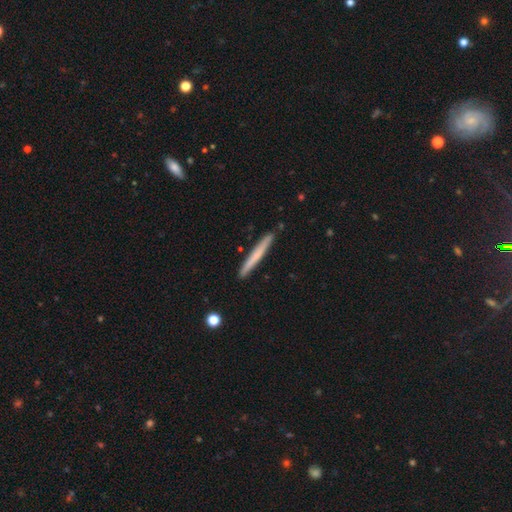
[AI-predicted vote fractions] Q: Smooth or featured?
A: smooth (62%); runner-up: featured or disk (32%)
Q: How rounded?
A: cigar-shaped (97%); runner-up: in between (2%)
Q: Merging?
A: none (90%); runner-up: minor disturbance (7%)